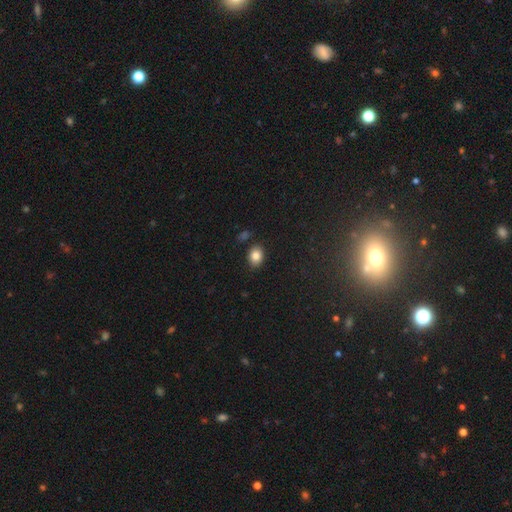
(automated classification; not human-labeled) Smooth or featured? smooth (84%)
How rounded? in between (67%)
Merging? none (84%)